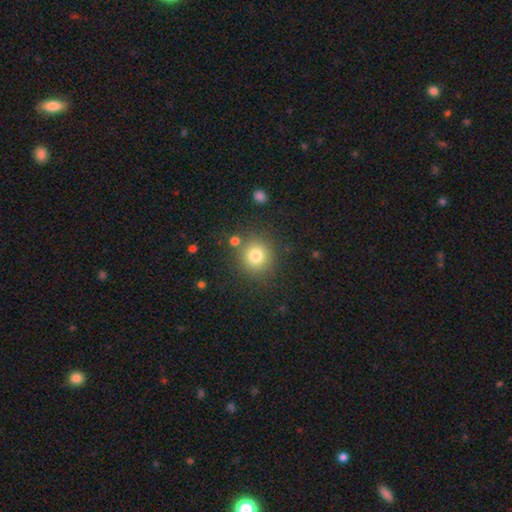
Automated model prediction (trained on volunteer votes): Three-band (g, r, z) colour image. It shows a smooth galaxy with no disk features (79%) that is round (91%). Merging: none (81%).